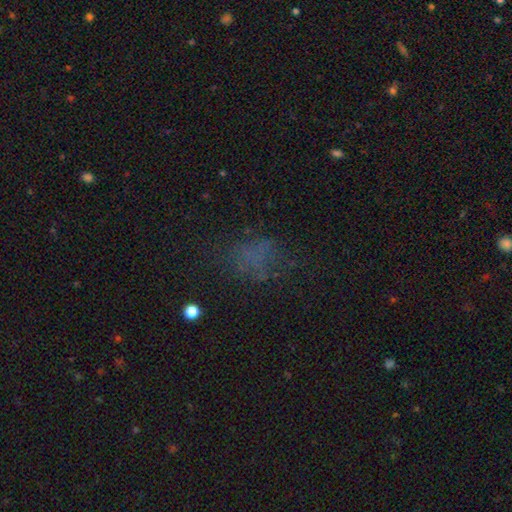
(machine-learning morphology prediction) This appears to be a smooth galaxy with no disk features (47%). Merging: none (56%).